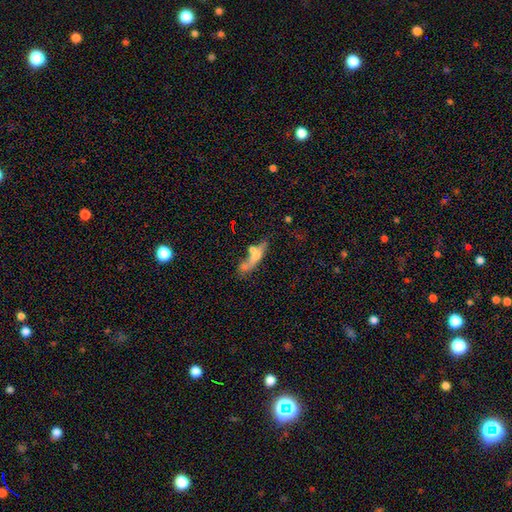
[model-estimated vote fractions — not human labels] This appears to be a smooth galaxy with no disk features (48%). Merging: none (47%).